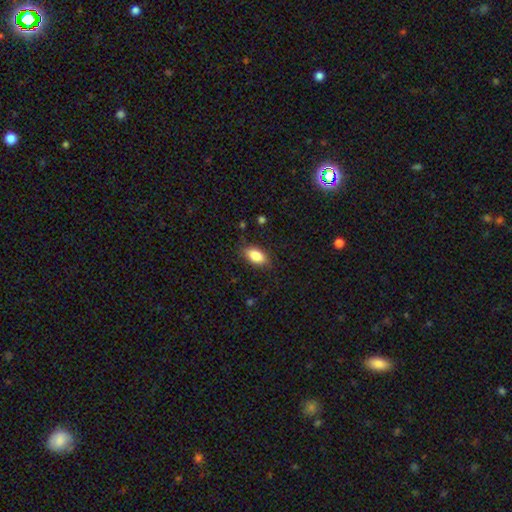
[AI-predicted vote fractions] Smooth or featured? Predicted: smooth (p=0.85). How rounded? Predicted: in between (p=0.90). Merging? Predicted: none (p=0.83).